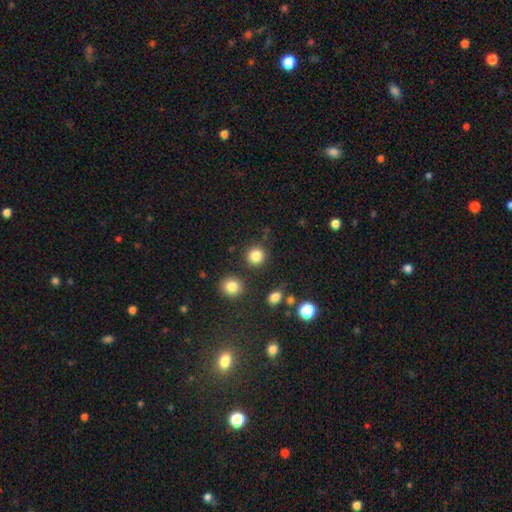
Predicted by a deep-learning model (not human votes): smooth_or_featured: smooth (p=0.84) [alt: star or artifact p=0.11]
how_rounded: round (p=0.91) [alt: in between p=0.08]
merging: none (p=0.85) [alt: minor disturbance p=0.07]